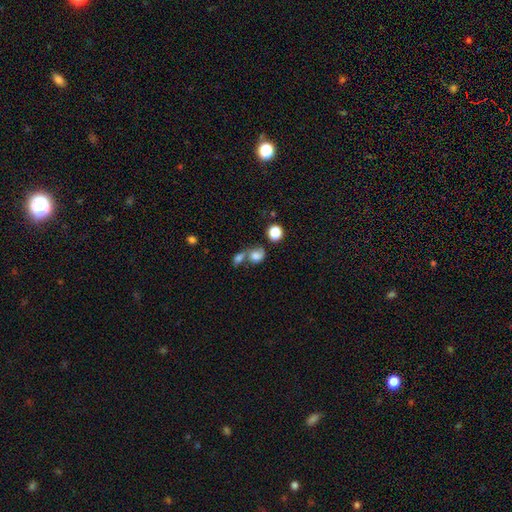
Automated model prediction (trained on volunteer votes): Q: Smooth or featured?
A: smooth (66%); runner-up: featured or disk (22%)
Q: How rounded?
A: round (54%); runner-up: in between (43%)
Q: Merging?
A: merger (58%); runner-up: none (23%)